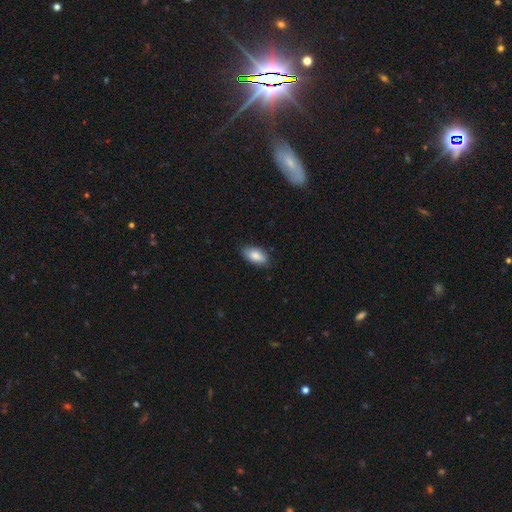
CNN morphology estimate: Smooth or featured?
  - smooth: 85% *
  - featured or disk: 8%
  - star or artifact: 7%
How rounded?
  - in between: 92% *
  - cigar-shaped: 5%
  - round: 3%
Merging?
  - none: 83% *
  - minor disturbance: 14%
  - major disturbance: 2%
  - merger: 1%